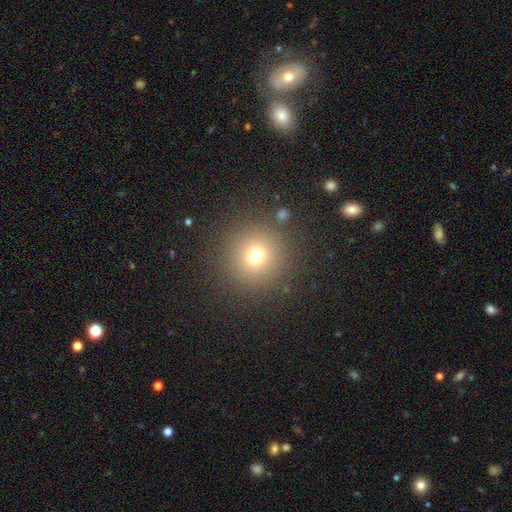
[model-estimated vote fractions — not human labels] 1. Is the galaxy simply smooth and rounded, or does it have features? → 71% smooth, 18% star or artifact, 10% featured or disk.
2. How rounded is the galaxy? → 95% round, 4% in between, 1% cigar-shaped.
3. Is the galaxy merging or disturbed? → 88% none, 7% minor disturbance, 3% major disturbance, 2% merger.